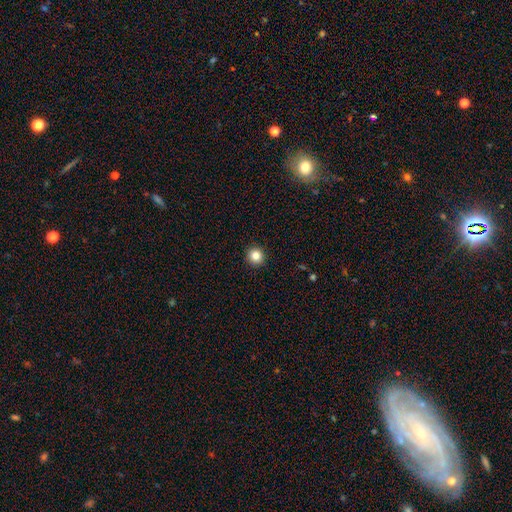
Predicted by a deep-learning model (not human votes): smooth-or-featured: smooth: 83% | star or artifact: 11% | featured or disk: 6%
  how-rounded: round: 93% | in between: 6% | cigar-shaped: 1%
  merging: none: 93% | minor disturbance: 4% | major disturbance: 1% | merger: 1%